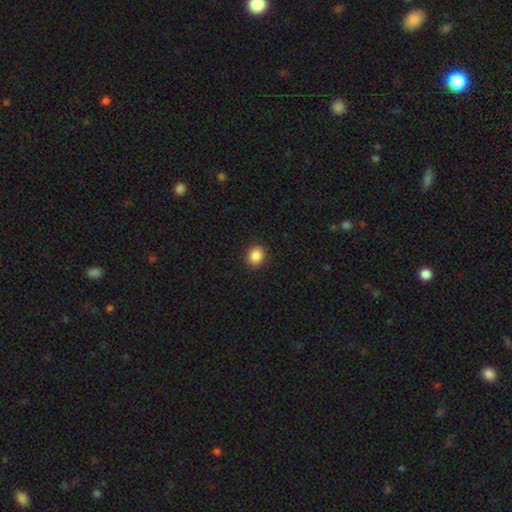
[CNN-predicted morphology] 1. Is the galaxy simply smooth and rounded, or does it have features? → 87% smooth, 9% star or artifact, 3% featured or disk.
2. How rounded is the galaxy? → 70% round, 30% in between, 1% cigar-shaped.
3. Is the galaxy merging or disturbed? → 91% none, 7% minor disturbance, 2% major disturbance, 1% merger.